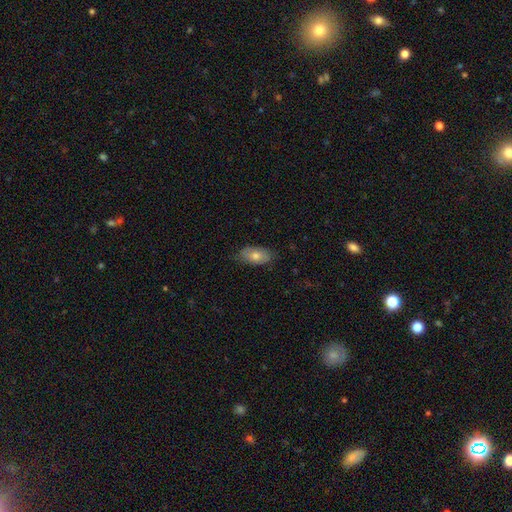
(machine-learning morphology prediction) A smooth galaxy with no disk features (69%) that is in between round and cigar-shaped (91%). Merging: none (79%).